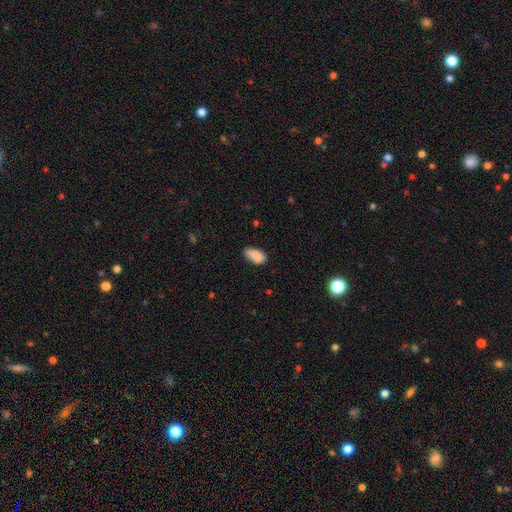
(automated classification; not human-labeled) Smooth or featured? smooth (88%)
How rounded? in between (93%)
Merging? none (72%)